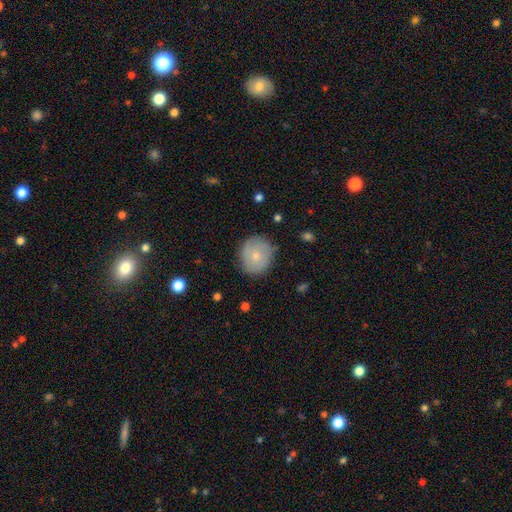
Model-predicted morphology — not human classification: smooth-or-featured: smooth: 60% | featured or disk: 33% | star or artifact: 7%
  how-rounded: round: 84% | in between: 15% | cigar-shaped: 1%
  merging: none: 80% | minor disturbance: 15% | major disturbance: 4% | merger: 1%